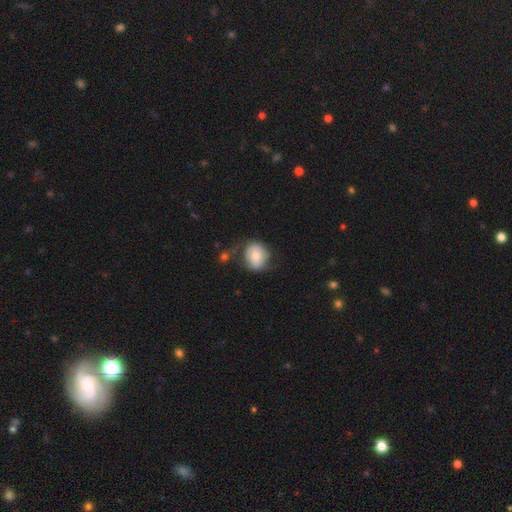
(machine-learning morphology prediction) type=smooth (67%); roundness=round (73%); merging=none (56%).